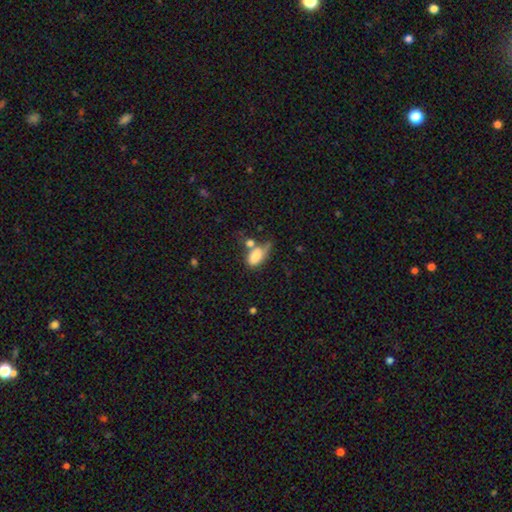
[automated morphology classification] Smooth or featured? smooth (76%)
How rounded? in between (87%)
Merging? merger (34%)